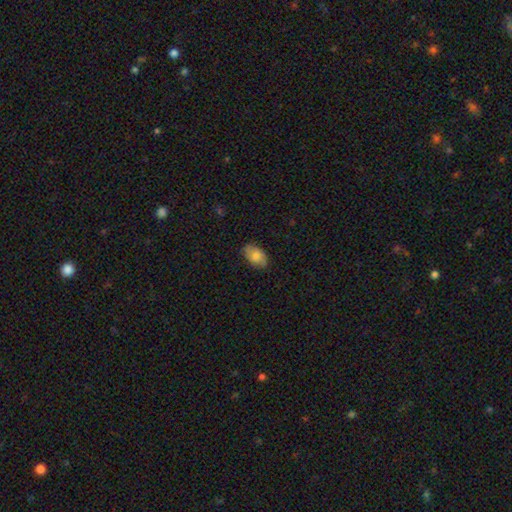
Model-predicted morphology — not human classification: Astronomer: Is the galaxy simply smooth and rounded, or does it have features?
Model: smooth — 81%.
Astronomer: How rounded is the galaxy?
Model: in between — 92%.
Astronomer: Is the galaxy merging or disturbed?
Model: none — 80%.